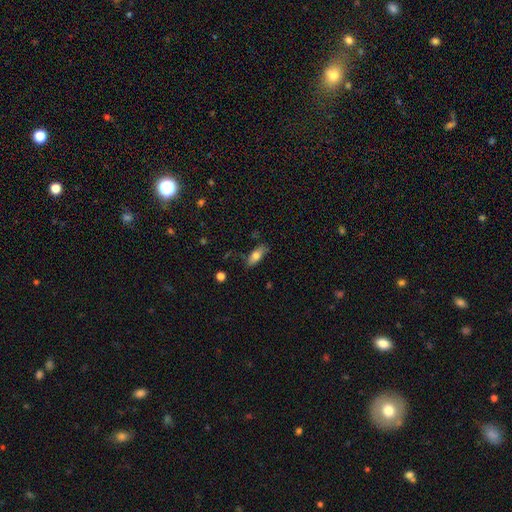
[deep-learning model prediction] A smooth galaxy with no disk features (75%) that is in between round and cigar-shaped (76%). Merging: none (72%).